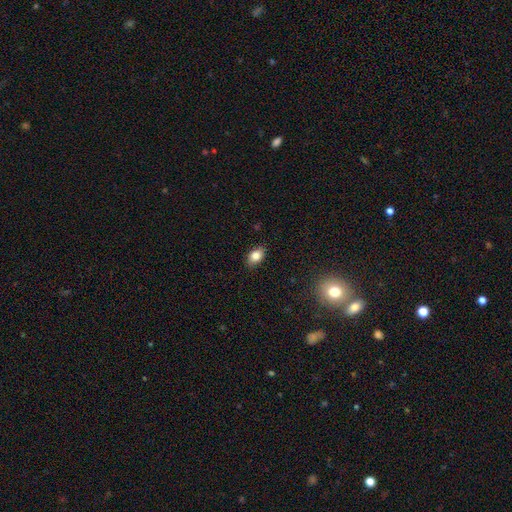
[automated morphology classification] Smooth or featured? Predicted: smooth (p=0.82). How rounded? Predicted: in between (p=0.85). Merging? Predicted: none (p=0.86).